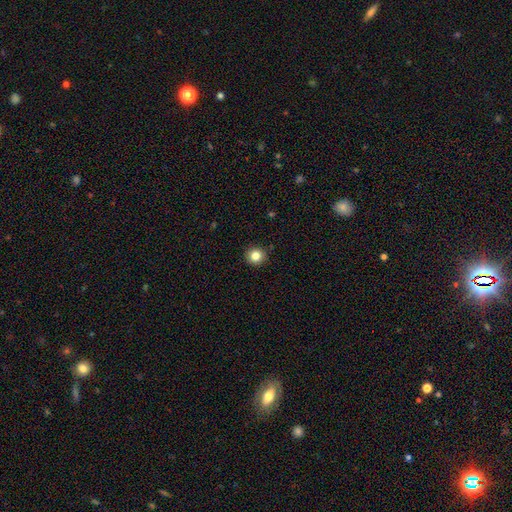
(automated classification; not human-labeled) A smooth galaxy with no disk features (83%) that is round (92%). Merging: none (91%).